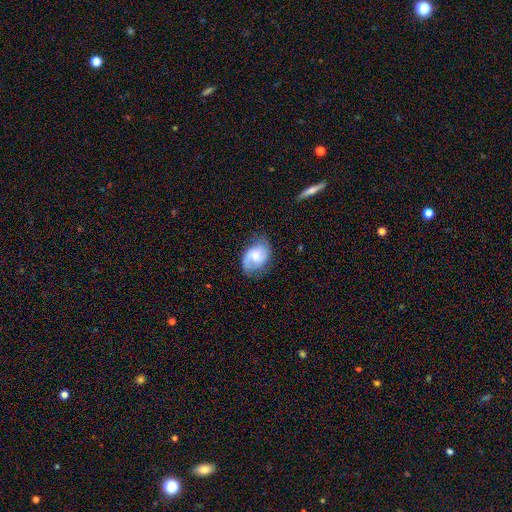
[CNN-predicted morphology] Smooth or featured?
  - featured or disk: 60% *
  - smooth: 33%
  - star or artifact: 7%
Edge-on disk?
  - no: 97% *
  - yes: 3%
Bar?
  - no: 56% *
  - weak: 38%
  - strong: 7%
Spiral arms?
  - yes: 90% *
  - no: 10%
Spiral winding?
  - medium: 43% *
  - loose: 32%
  - tight: 24%
Spiral arm count?
  - 2: 72% *
  - can't tell: 12%
  - 1: 12%
  - 3: 2%
  - 4: 1%
  - more than 4: 1%
Bulge size?
  - small: 43% * (tied)
  - moderate: 43% * (tied)
  - none: 6%
  - large: 6%
  - dominant: 1%
Merging?
  - none: 67% *
  - minor disturbance: 23%
  - major disturbance: 8%
  - merger: 1%